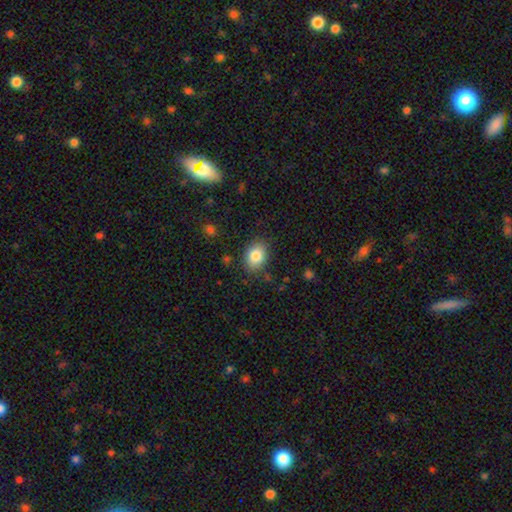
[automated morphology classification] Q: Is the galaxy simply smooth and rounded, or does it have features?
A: smooth — 83%.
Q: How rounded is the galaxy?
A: in between — 68%.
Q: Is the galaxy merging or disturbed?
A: none — 85%.